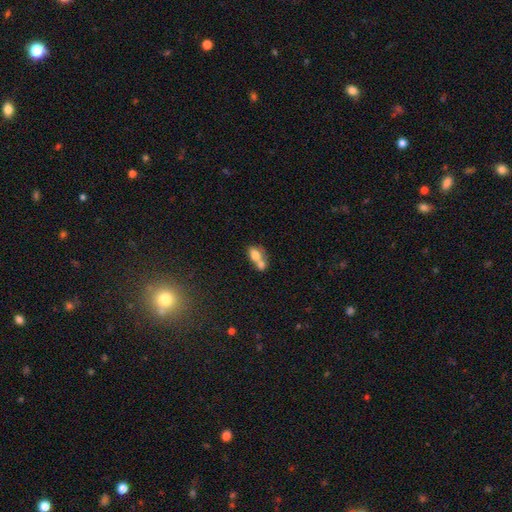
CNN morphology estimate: Smooth or featured: smooth — 69% (featured or disk — 22%)
How rounded: in between — 78% (round — 19%)
Merging: merger — 69% (none — 19%)